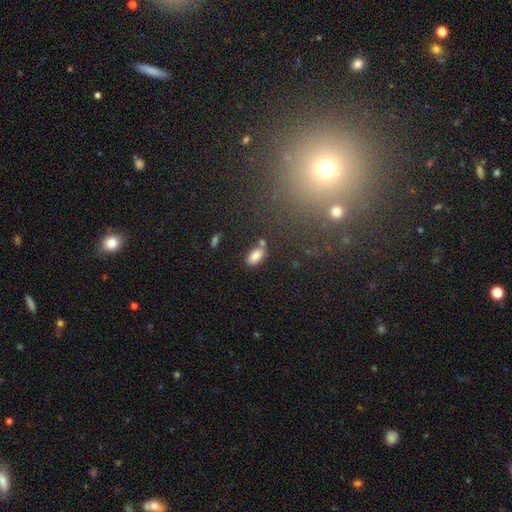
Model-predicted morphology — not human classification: A smooth galaxy with no disk features (84%) that is in between round and cigar-shaped (93%).

Vote fractions:
- Smooth or featured? smooth: 84% / star or artifact: 9% / featured or disk: 7%
- How rounded? in between: 93% / round: 4% / cigar-shaped: 4%
- Merging? none: 73% / minor disturbance: 14% / merger: 9% / major disturbance: 4%